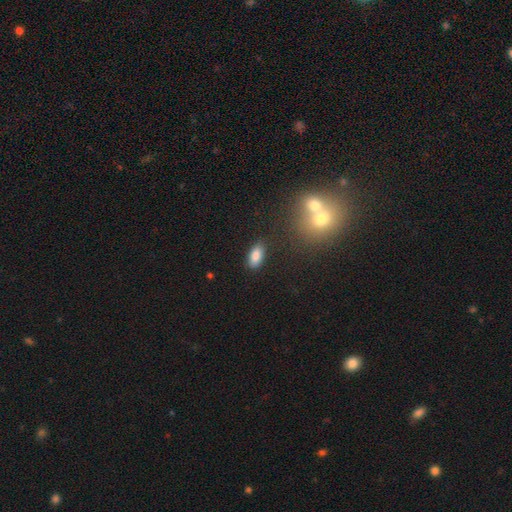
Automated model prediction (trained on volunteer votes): Smooth or featured? smooth (85%)
How rounded? in between (91%)
Merging? none (84%)